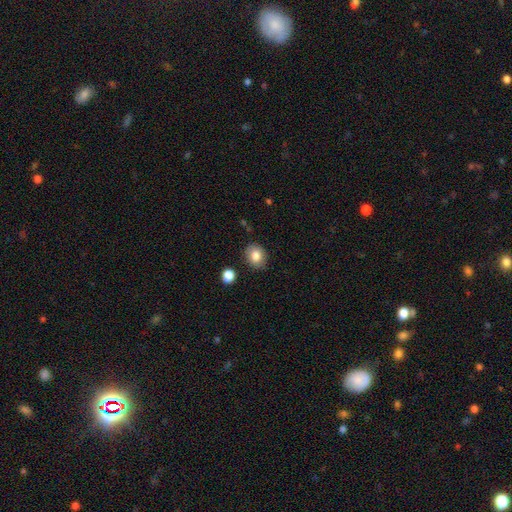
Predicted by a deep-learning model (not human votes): Overall: smooth (81%). How rounded: round (59%; in between 40%). Merging: none (85%).